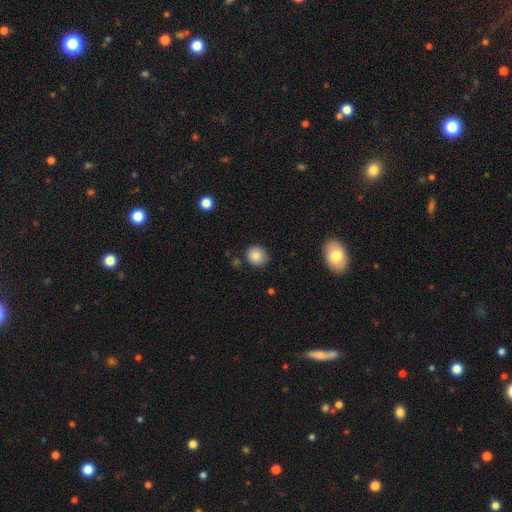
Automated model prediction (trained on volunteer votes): This appears to be a smooth galaxy with no disk features (83%) that is round (88%). Merging: none (84%).